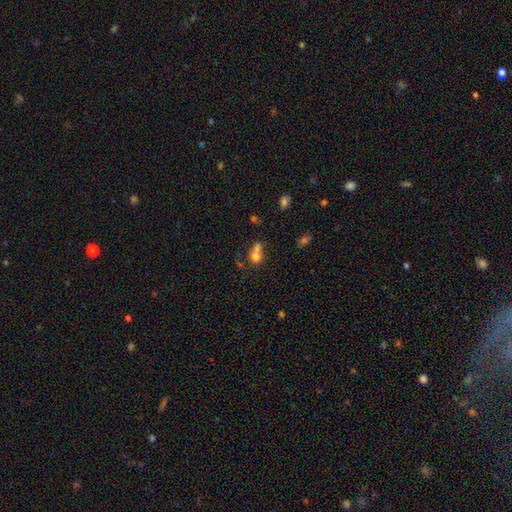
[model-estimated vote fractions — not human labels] This appears to be a smooth galaxy with no disk features (70%) that is round (63%). Merging: merger (55%).